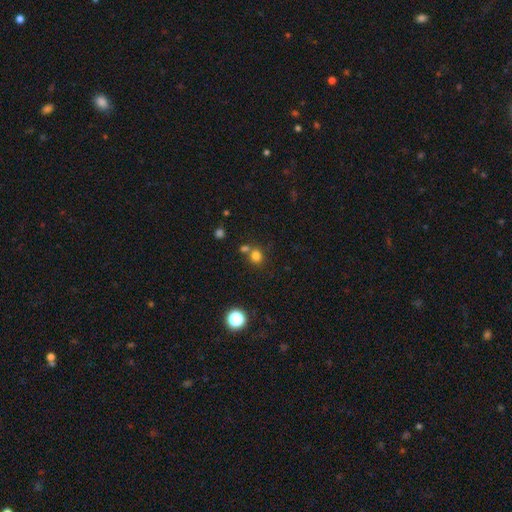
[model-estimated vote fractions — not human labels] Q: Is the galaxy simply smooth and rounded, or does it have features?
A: smooth — 76%.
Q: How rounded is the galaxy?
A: round — 85%.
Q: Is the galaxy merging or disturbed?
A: none — 63%.